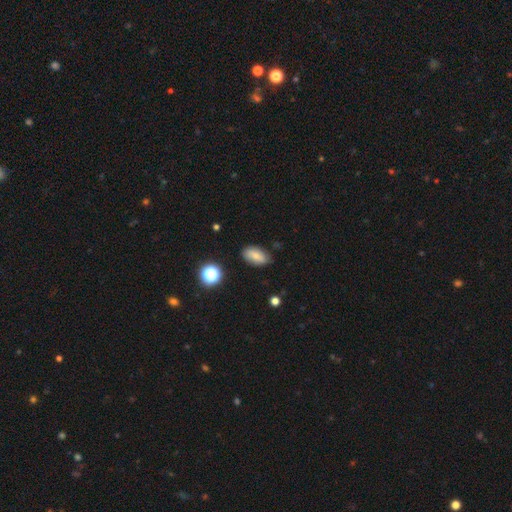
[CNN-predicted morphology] Overall: smooth (72%). How rounded: in between (90%). Merging: none (80%).